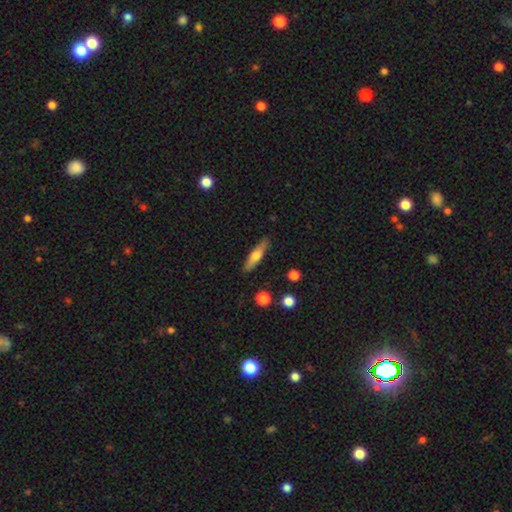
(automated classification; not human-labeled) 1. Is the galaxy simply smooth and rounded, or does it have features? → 53% smooth, 41% featured or disk, 6% star or artifact.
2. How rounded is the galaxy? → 78% cigar-shaped, 20% in between, 2% round.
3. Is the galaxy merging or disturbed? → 88% none, 9% minor disturbance, 2% major disturbance, 2% merger.